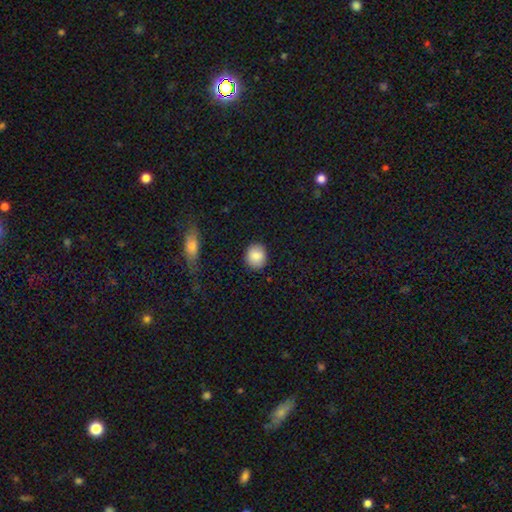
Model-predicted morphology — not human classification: smooth-or-featured: smooth: 86% | star or artifact: 8% | featured or disk: 6%
  how-rounded: round: 83% | in between: 16% | cigar-shaped: 1%
  merging: none: 88% | minor disturbance: 9% | major disturbance: 2% | merger: 1%